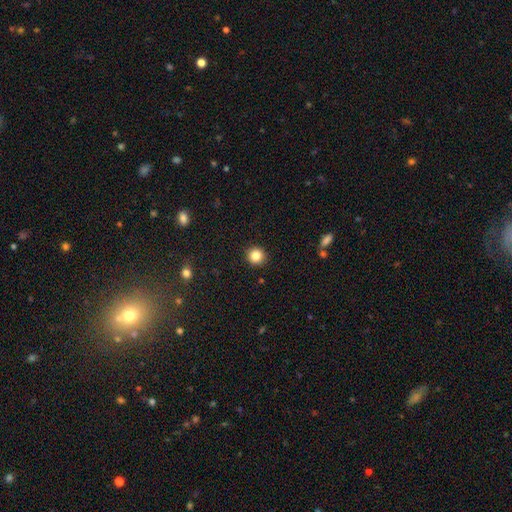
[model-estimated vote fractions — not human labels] Overall: smooth (85%). How rounded: round (93%). Merging: none (92%).